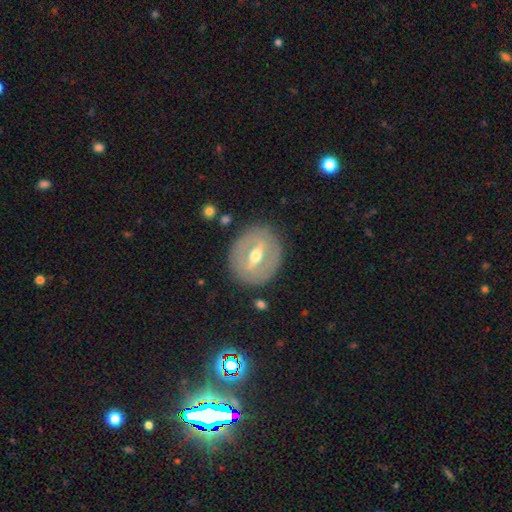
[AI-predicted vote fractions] smooth_or_featured: featured or disk (p=0.71) [alt: smooth p=0.23]
disk_edge_on: no (p=0.87) [alt: yes p=0.13]
bar: strong (p=0.54) [alt: weak p=0.35]
has_spiral_arms: no (p=0.70) [alt: yes p=0.30]
bulge_size: moderate (p=0.75) [alt: small p=0.18]
merging: none (p=0.83) [alt: minor disturbance p=0.11]